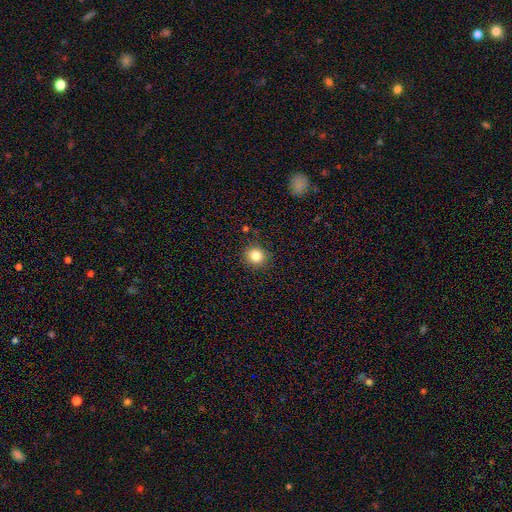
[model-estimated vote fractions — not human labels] smooth 84%, star or artifact 11%, featured or disk 5%. Down the decision tree: how rounded — round (86%); merging — none (88%).